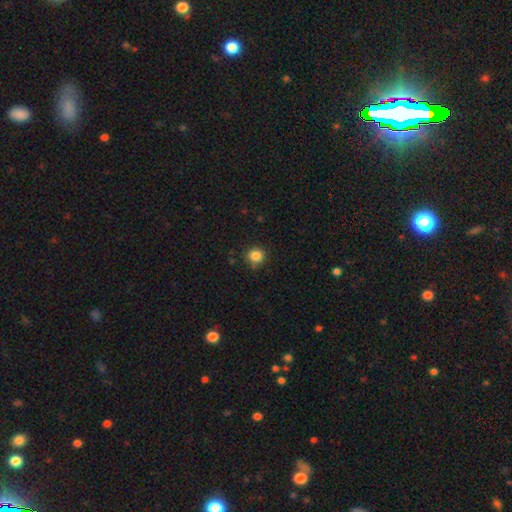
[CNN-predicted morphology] Smooth or featured? smooth (85%)
How rounded? round (93%)
Merging? none (87%)